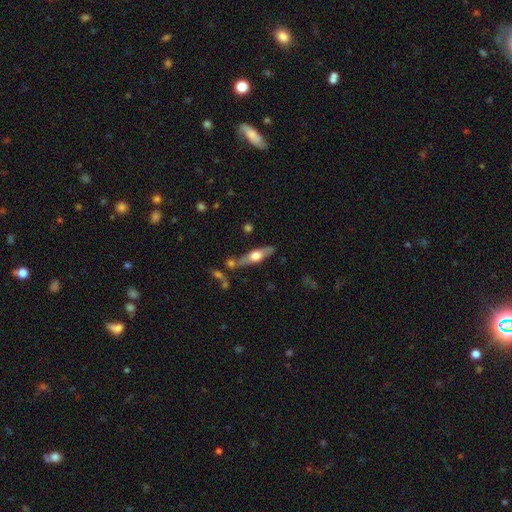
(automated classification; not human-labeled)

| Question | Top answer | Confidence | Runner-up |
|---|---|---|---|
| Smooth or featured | featured or disk | 55% | smooth (39%) |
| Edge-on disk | yes | 87% | no (13%) |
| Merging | none | 67% | minor disturbance (15%) |